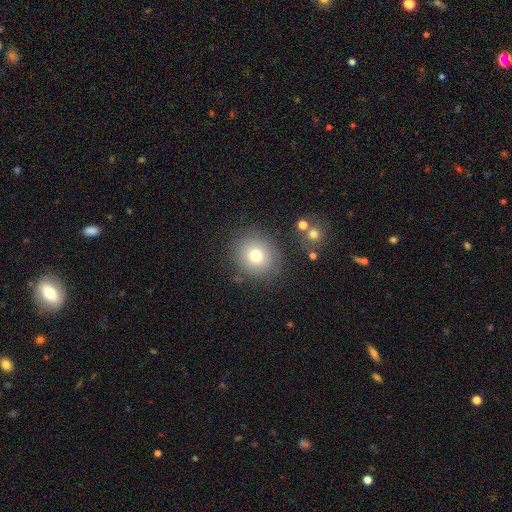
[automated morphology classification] Smooth or featured?
  - smooth: 75% *
  - star or artifact: 13%
  - featured or disk: 12%
How rounded?
  - round: 85% *
  - in between: 14%
  - cigar-shaped: 1%
Merging?
  - none: 83% *
  - minor disturbance: 10%
  - major disturbance: 4%
  - merger: 3%